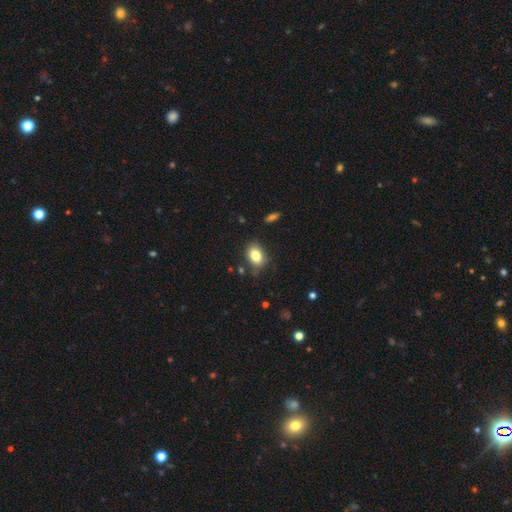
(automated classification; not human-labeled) Smooth or featured? Predicted: smooth (p=0.81). How rounded? Predicted: in between (p=0.78). Merging? Predicted: none (p=0.75).